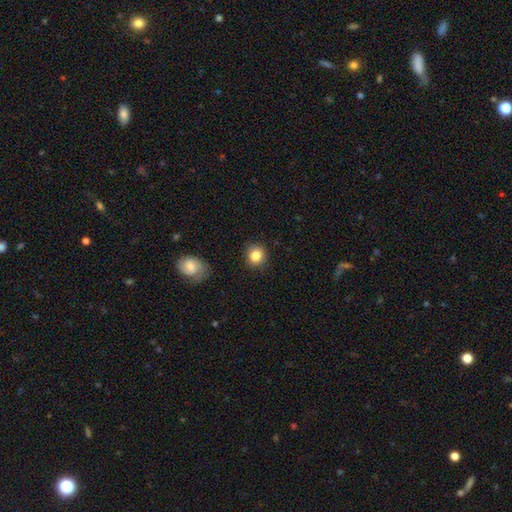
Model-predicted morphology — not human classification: This appears to be a smooth galaxy with no disk features (84%) that is round (86%). Merging: none (88%).